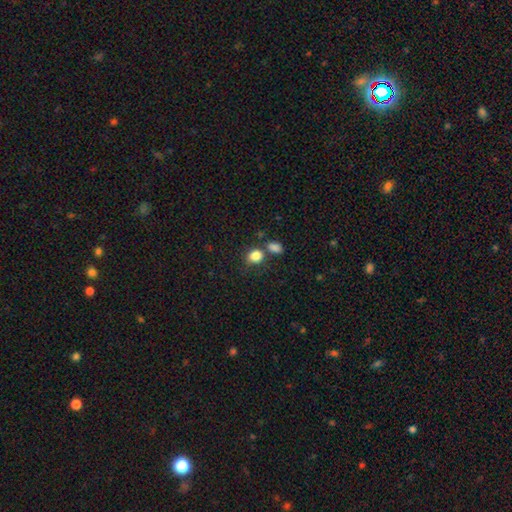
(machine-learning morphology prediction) smooth_or_featured: smooth (p=0.84) [alt: star or artifact p=0.10]
how_rounded: round (p=0.55) [alt: in between p=0.44]
merging: none (p=0.56) [alt: merger p=0.24]